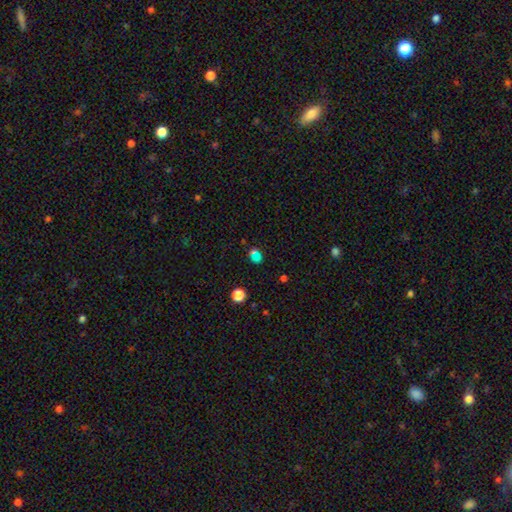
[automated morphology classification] smooth-or-featured: smooth: 64% | star or artifact: 26% | featured or disk: 9%
  how-rounded: round: 60% | in between: 38% | cigar-shaped: 2%
  merging: none: 57% | merger: 25% | minor disturbance: 12% | major disturbance: 6%